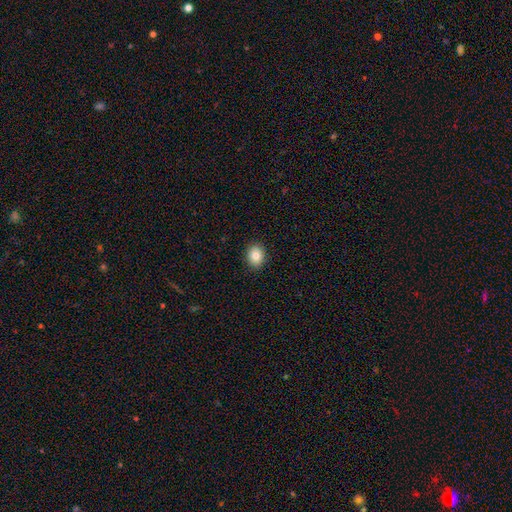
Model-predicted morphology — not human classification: Overall: smooth (83%). How rounded: round (51%; in between 48%). Merging: none (90%).